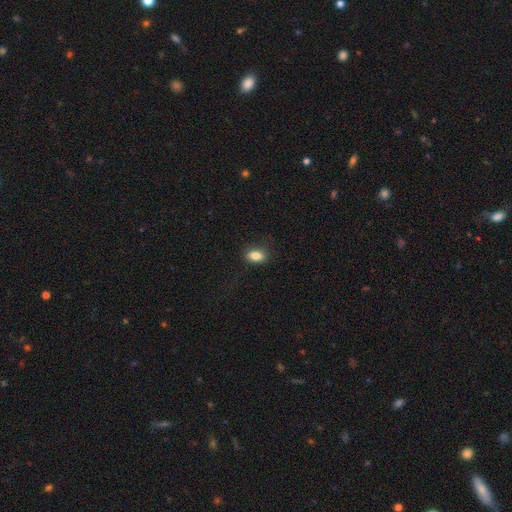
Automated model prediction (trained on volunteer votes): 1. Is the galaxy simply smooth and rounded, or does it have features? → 83% smooth, 9% star or artifact, 7% featured or disk.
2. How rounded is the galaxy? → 84% in between, 13% round, 3% cigar-shaped.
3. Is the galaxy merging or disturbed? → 81% none, 14% minor disturbance, 4% major disturbance, 1% merger.